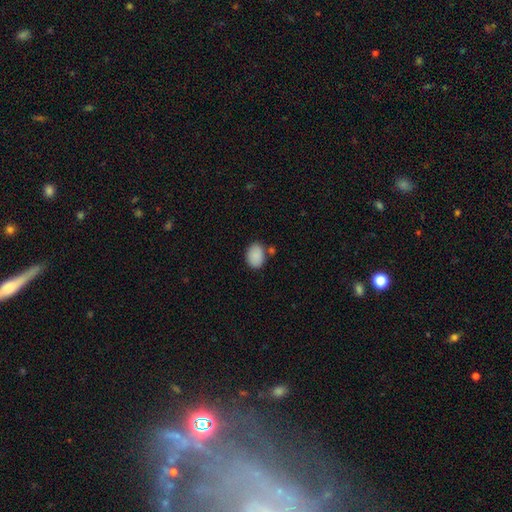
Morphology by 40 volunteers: type=smooth (92%); roundness=in between (81%); merging=none (76%).